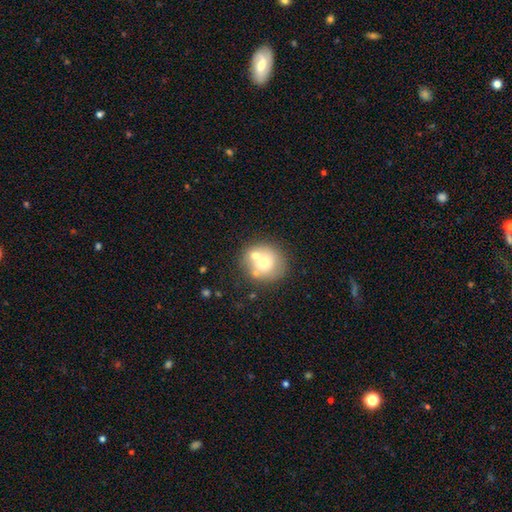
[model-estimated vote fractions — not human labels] Smooth or featured? smooth (62%)
How rounded? round (89%)
Merging? none (53%)